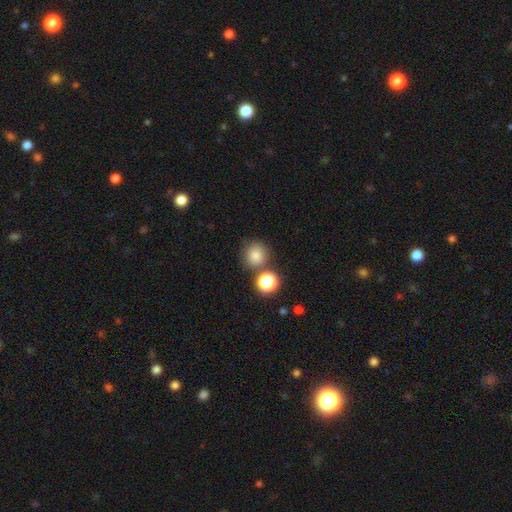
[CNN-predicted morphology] This is likely a smooth galaxy (80%). How rounded: clearly round (91%). Merging: likely none (73%).